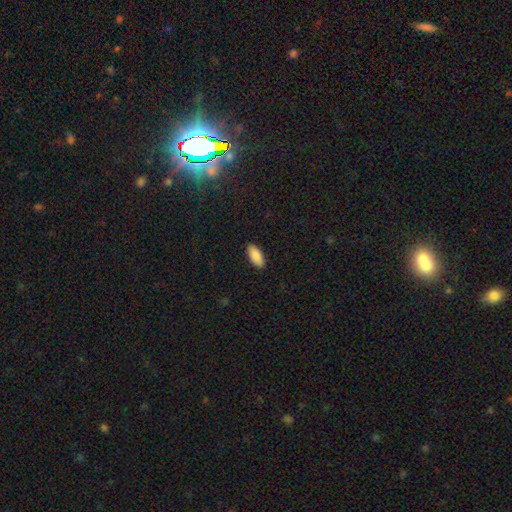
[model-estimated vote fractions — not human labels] The model was most divided on "how rounded": in between: 88%, cigar-shaped: 11%, round: 2%. More confident: merging — none (90%); smooth or featured — smooth (89%).